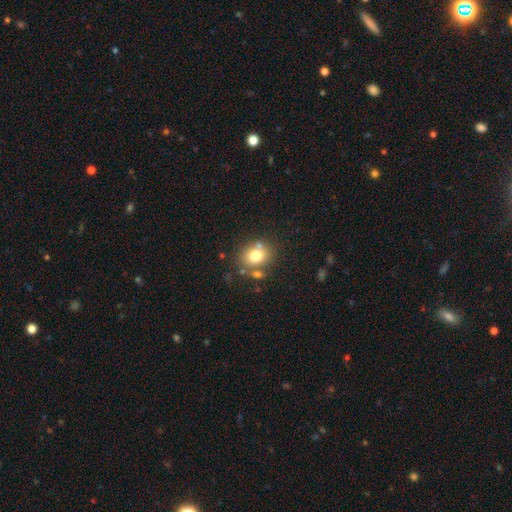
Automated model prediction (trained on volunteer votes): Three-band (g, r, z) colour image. It shows a smooth galaxy with no disk features (75%) that is round (56%). Merging: none (66%).